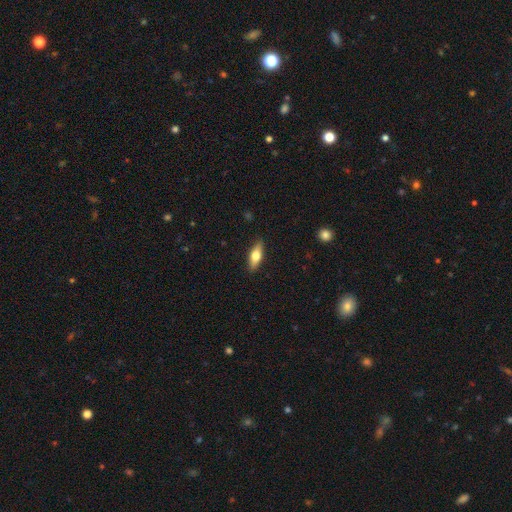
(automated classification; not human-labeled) This is possibly a smooth galaxy (59%). How rounded: likely in between (64%). Merging: clearly none (88%).